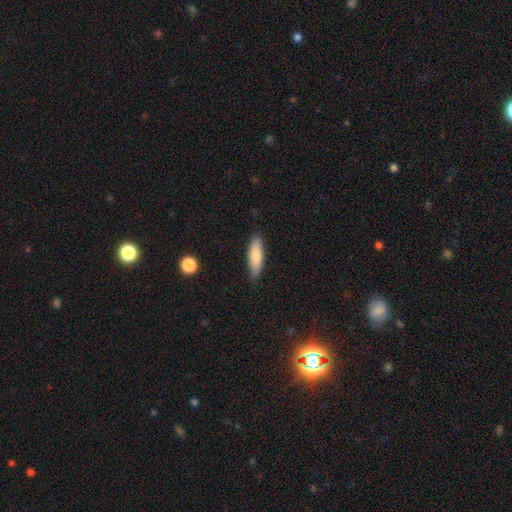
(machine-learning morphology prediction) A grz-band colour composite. It shows a smooth galaxy with no disk features (81%) that is cigar-shaped (49%, tied with in between). Merging: none (85%).